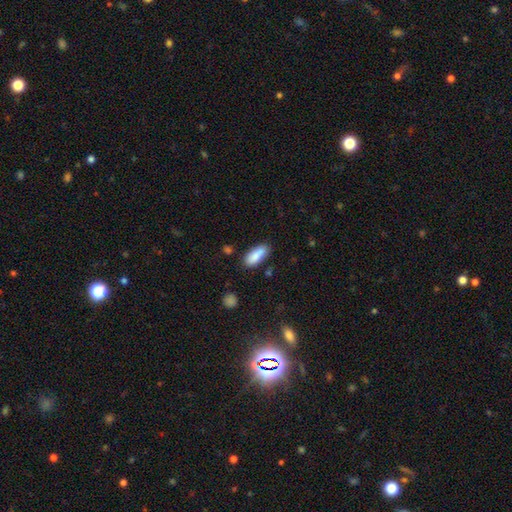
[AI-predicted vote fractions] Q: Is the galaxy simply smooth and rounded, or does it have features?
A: smooth — 84%.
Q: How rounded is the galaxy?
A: in between — 78%.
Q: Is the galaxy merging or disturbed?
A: none — 73%.